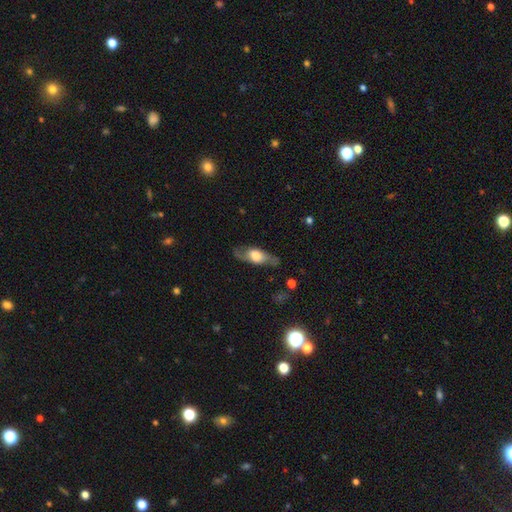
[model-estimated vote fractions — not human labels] smooth-or-featured: featured or disk: 56% | smooth: 38% | star or artifact: 6%
  disk-edge-on: yes: 55% | no: 45%
  merging: none: 78% | minor disturbance: 15% | major disturbance: 5% | merger: 1%